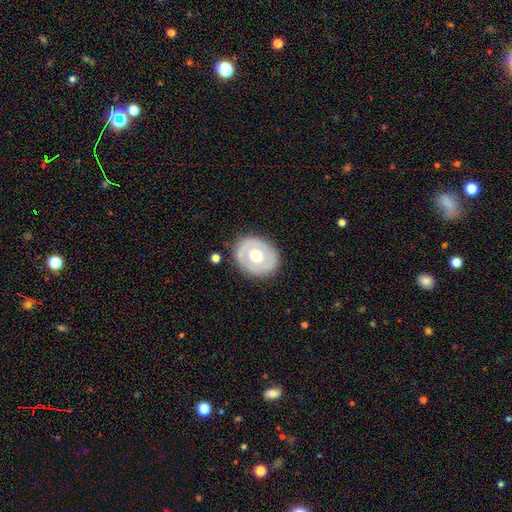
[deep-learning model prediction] A featured or disk galaxy (52%). Merging: none (83%).